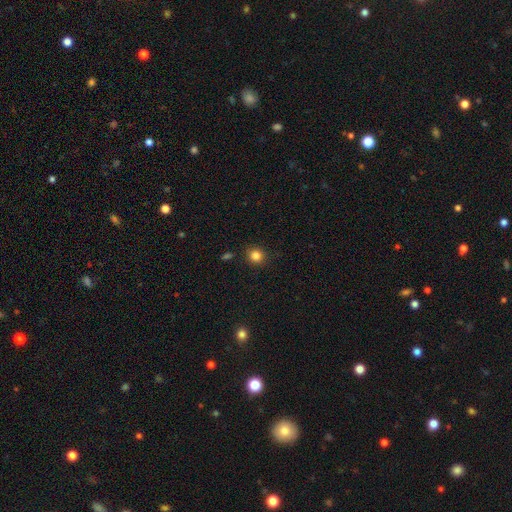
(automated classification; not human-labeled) Smooth or featured? Predicted: smooth (p=0.84). How rounded? Predicted: round (p=0.89). Merging? Predicted: none (p=0.88).